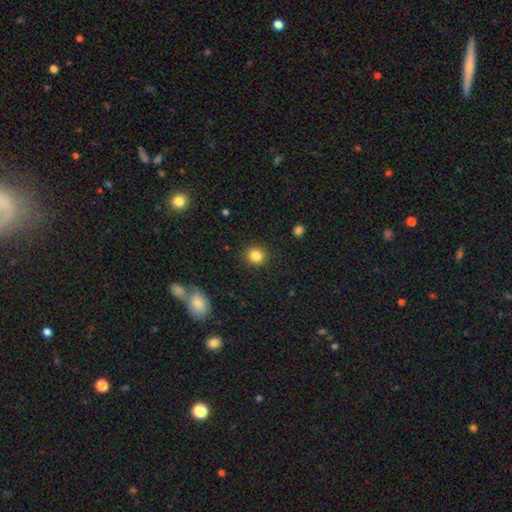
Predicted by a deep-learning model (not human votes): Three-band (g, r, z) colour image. It shows a smooth galaxy with no disk features (84%) that is round (88%). Merging: none (91%).